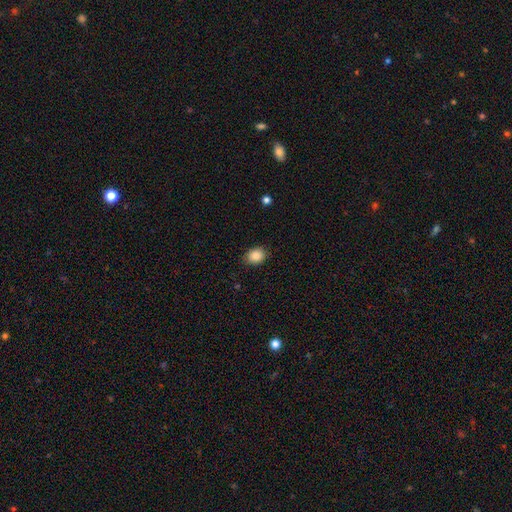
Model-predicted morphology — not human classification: This appears to be a smooth galaxy with no disk features (87%) that is in between round and cigar-shaped (58%). Merging: none (85%).